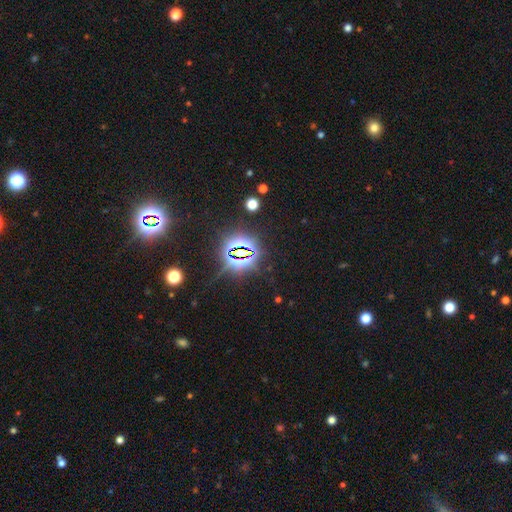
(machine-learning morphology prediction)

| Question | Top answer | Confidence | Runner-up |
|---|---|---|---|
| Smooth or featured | star or artifact | 80% | smooth (12%) |